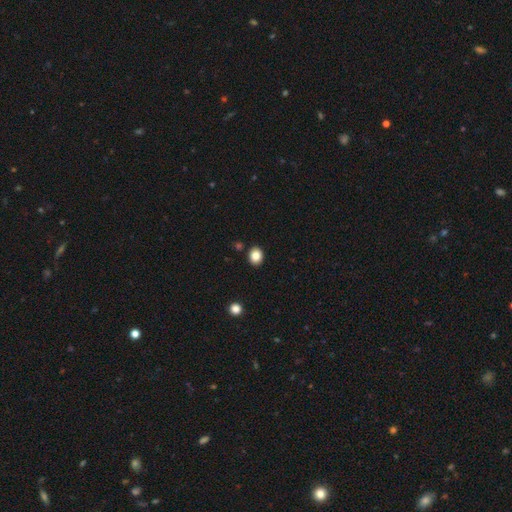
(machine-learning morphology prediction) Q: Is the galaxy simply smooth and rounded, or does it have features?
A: smooth — 85%.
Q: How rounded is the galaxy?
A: round — 54%.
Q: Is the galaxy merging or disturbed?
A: none — 89%.